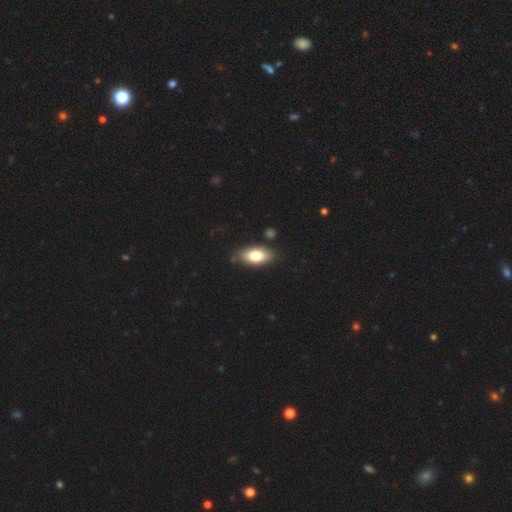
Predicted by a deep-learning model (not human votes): Smooth or featured? Predicted: smooth (p=0.76). How rounded? Predicted: in between (p=0.87). Merging? Predicted: none (p=0.80).